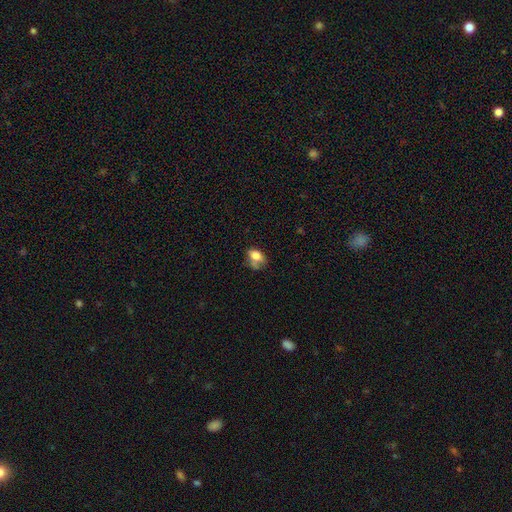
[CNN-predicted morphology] type=smooth (74%); roundness=in between (80%); merging=none (35%).